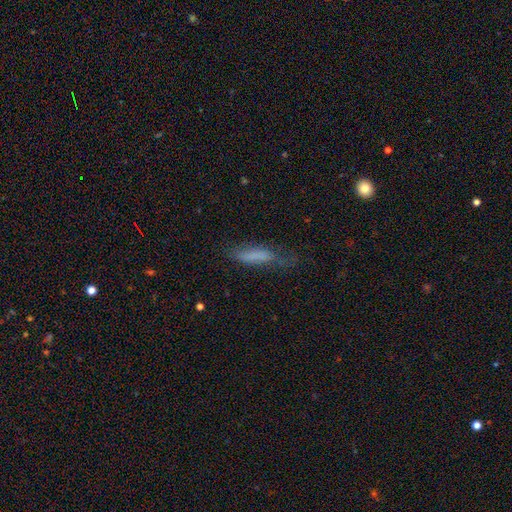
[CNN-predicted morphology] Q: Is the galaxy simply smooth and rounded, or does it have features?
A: smooth — 69%.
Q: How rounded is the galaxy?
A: cigar-shaped — 72%.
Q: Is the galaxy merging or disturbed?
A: none — 45%.